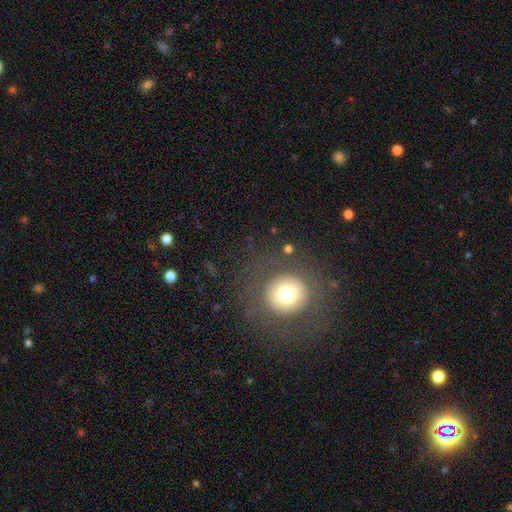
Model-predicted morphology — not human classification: Q: Smooth or featured?
A: smooth (59%); runner-up: featured or disk (23%)
Q: How rounded?
A: round (88%); runner-up: in between (11%)
Q: Merging?
A: none (83%); runner-up: minor disturbance (9%)